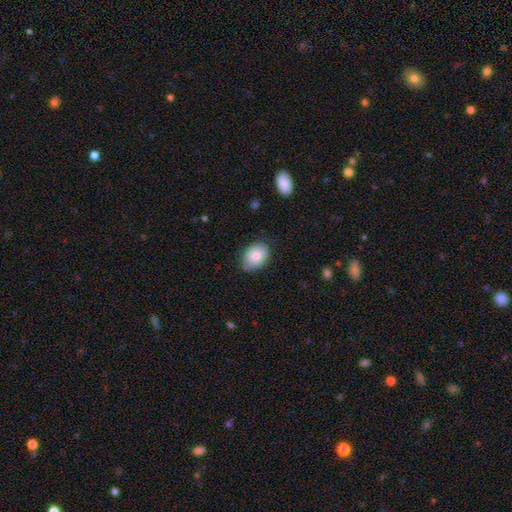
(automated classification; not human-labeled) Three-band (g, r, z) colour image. It shows a smooth galaxy with no disk features (81%) that is in between round and cigar-shaped (65%). Merging: none (78%).